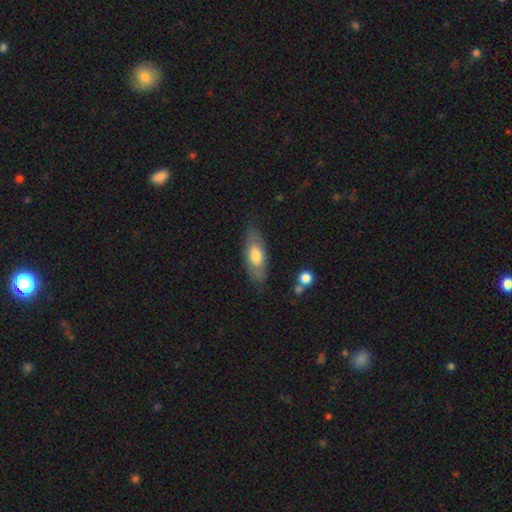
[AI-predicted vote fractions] Smooth or featured? Predicted: smooth (p=0.62). How rounded? Predicted: in between (p=0.74). Merging? Predicted: none (p=0.81).